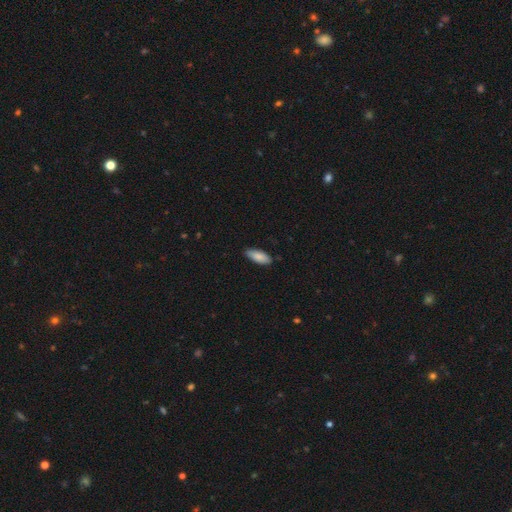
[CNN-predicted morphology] smooth_or_featured: smooth (p=0.87) [alt: featured or disk p=0.07]
how_rounded: in between (p=0.76) [alt: cigar-shaped p=0.23]
merging: none (p=0.84) [alt: minor disturbance p=0.13]